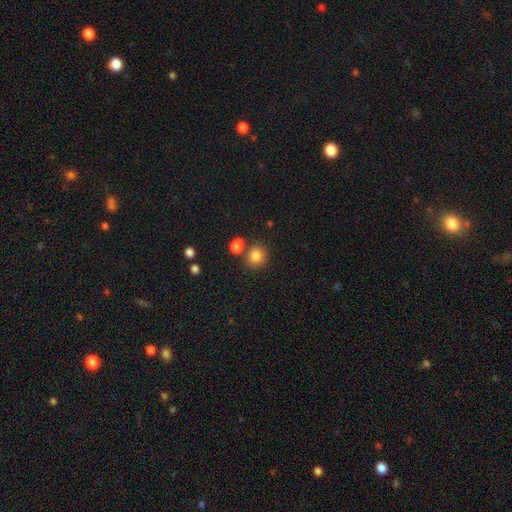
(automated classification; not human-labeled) A smooth galaxy with no disk features (84%) that is round (83%).

Vote fractions:
- Smooth or featured? smooth: 84% / star or artifact: 11% / featured or disk: 6%
- How rounded? round: 83% / in between: 16% / cigar-shaped: 1%
- Merging? none: 70% / merger: 17% / minor disturbance: 10% / major disturbance: 3%